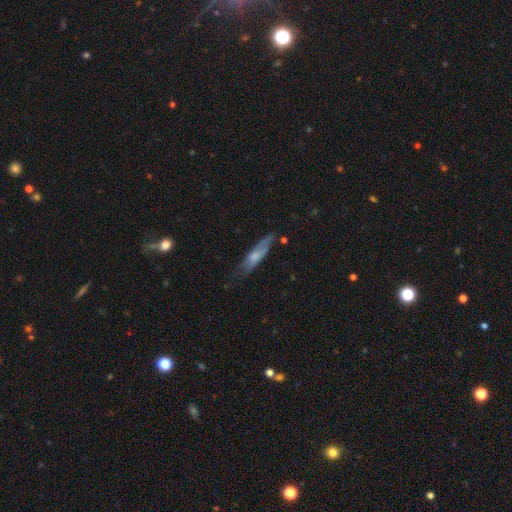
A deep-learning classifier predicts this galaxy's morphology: smooth-or-featured: smooth: 57% | featured or disk: 36% | star or artifact: 7%
  how-rounded: cigar-shaped: 70% | in between: 28% | round: 2%
  merging: none: 53% | minor disturbance: 30% | major disturbance: 14% | merger: 3%